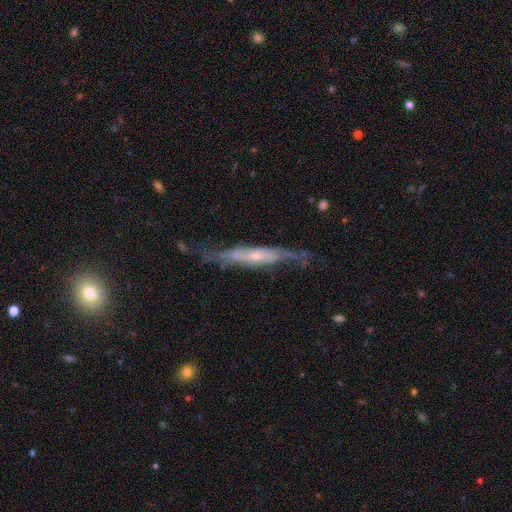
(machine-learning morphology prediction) A featured or disk galaxy (74%) viewed edge-on (64%). Merging: none (59%).